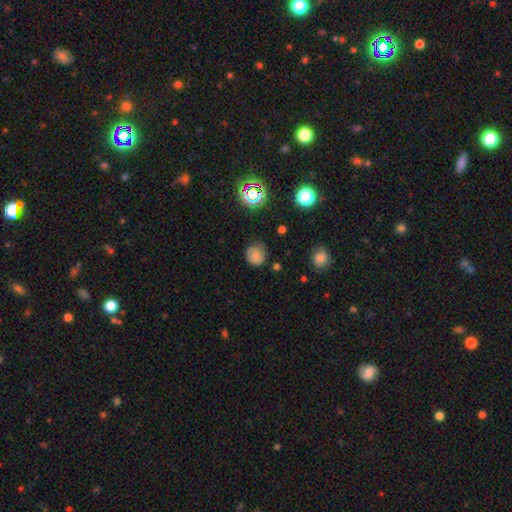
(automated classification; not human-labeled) Smooth or featured? smooth (65%)
How rounded? round (82%)
Merging? none (68%)